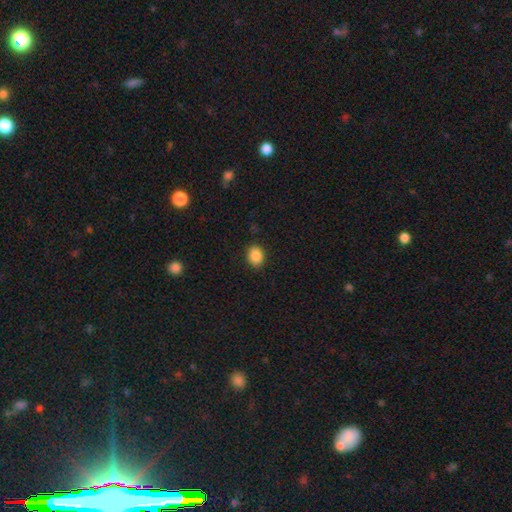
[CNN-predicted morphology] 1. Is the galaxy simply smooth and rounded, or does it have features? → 87% smooth, 9% star or artifact, 3% featured or disk.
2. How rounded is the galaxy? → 51% in between, 48% round, 1% cigar-shaped.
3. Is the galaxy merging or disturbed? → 89% none, 8% minor disturbance, 2% major disturbance, 1% merger.